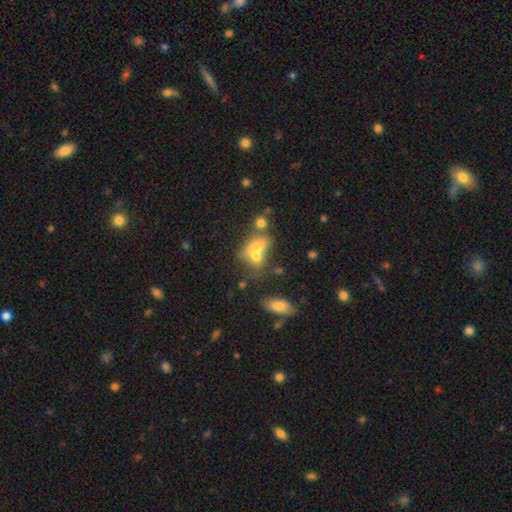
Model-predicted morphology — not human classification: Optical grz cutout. It shows a smooth galaxy with no disk features (65%) that is in between round and cigar-shaped (70%). Merging: merger (60%).